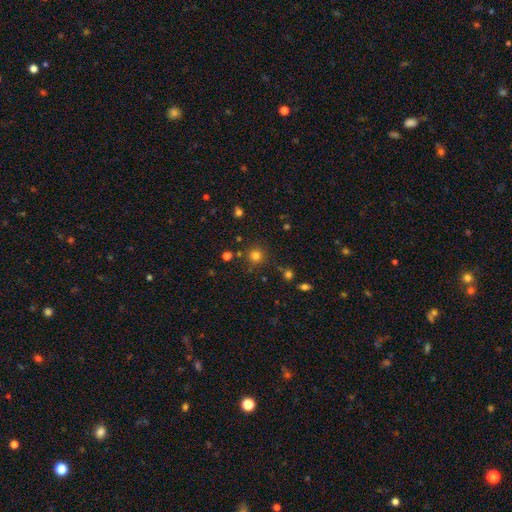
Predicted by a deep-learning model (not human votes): A smooth galaxy with no disk features (78%) that is round (93%). Merging: none (83%).